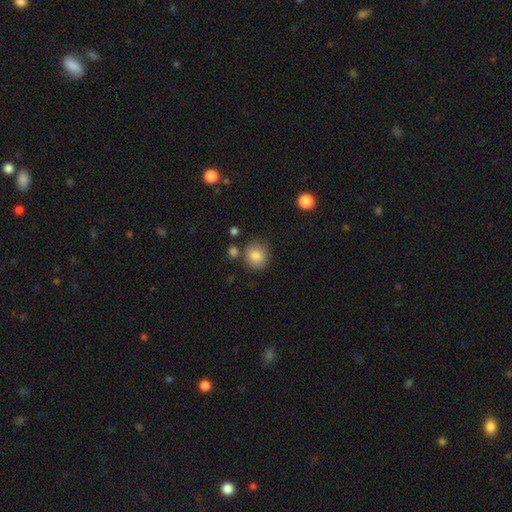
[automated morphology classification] Smooth or featured?
  - smooth: 84% *
  - star or artifact: 9%
  - featured or disk: 7%
How rounded?
  - round: 80% *
  - in between: 20%
  - cigar-shaped: 1%
Merging?
  - none: 77% *
  - minor disturbance: 12%
  - merger: 7%
  - major disturbance: 3%